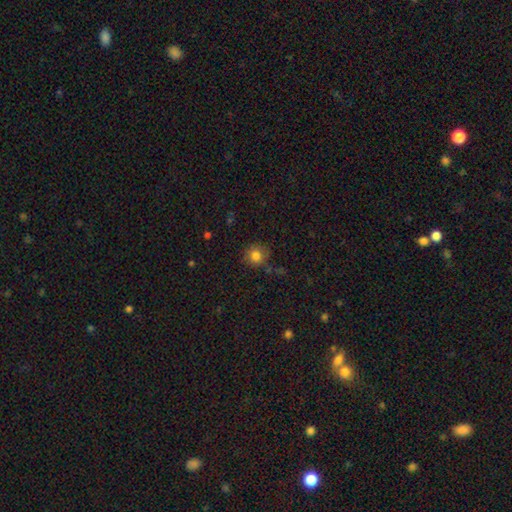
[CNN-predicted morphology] A smooth galaxy with no disk features (82%) that is round (88%). Merging: none (76%).